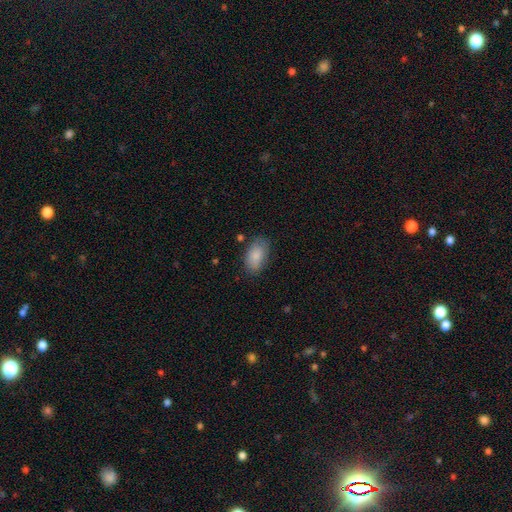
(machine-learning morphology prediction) Smooth or featured? smooth (85%)
How rounded? in between (93%)
Merging? none (75%)